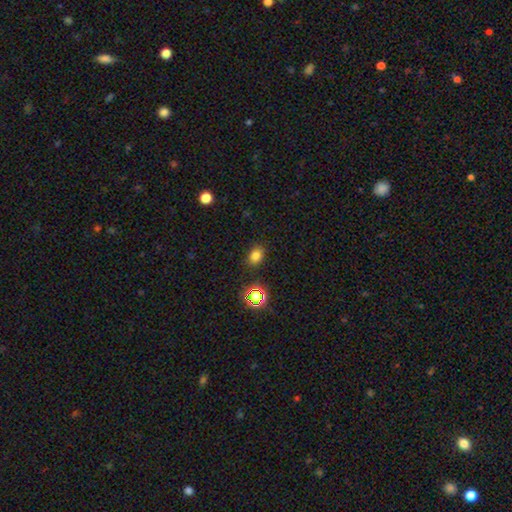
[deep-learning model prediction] Overall: smooth (77%). How rounded: in between (67%; round 32%). Merging: none (86%).